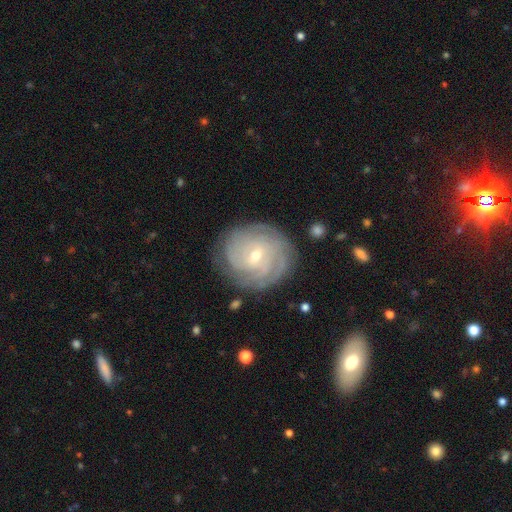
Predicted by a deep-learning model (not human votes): The model was most divided on "bar": weak: 47%, no: 42%, strong: 10%. Remaining: edge-on disk — no (97%); spiral arms — yes (95%); smooth or featured — featured or disk (83%); merging — none (82%); spiral winding — tight (79%); bulge size — small (64%); spiral arm count — can't tell (35%).